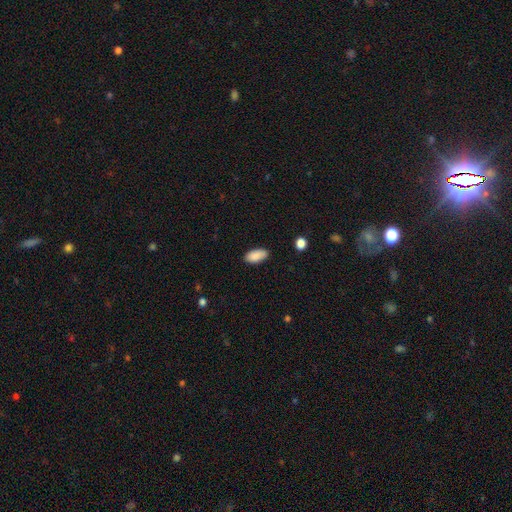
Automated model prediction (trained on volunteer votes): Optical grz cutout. It shows a smooth galaxy with no disk features (89%) that is in between round and cigar-shaped (93%). Merging: none (85%).